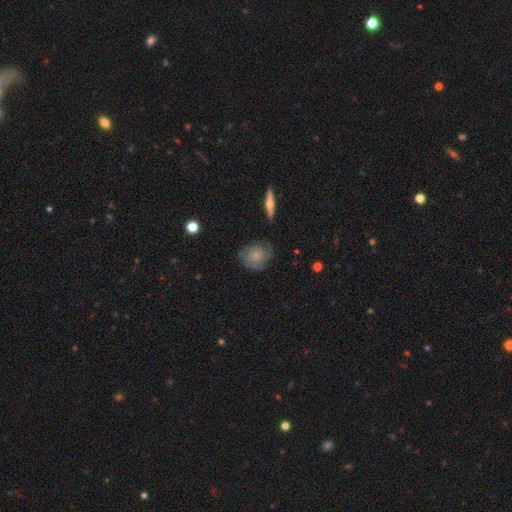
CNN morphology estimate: smooth_or_featured: smooth (p=0.49) [alt: featured or disk p=0.43]
merging: none (p=0.66) [alt: minor disturbance p=0.24]